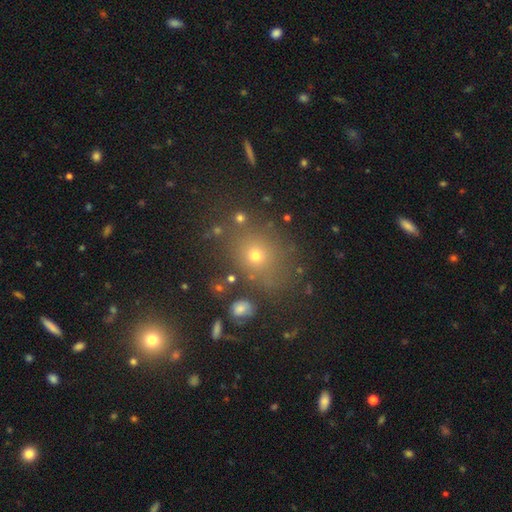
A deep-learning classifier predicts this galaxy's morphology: The model was most divided on "how rounded": round: 58%, in between: 40%, cigar-shaped: 1%. More confident: merging — none (78%); smooth or featured — smooth (60%).